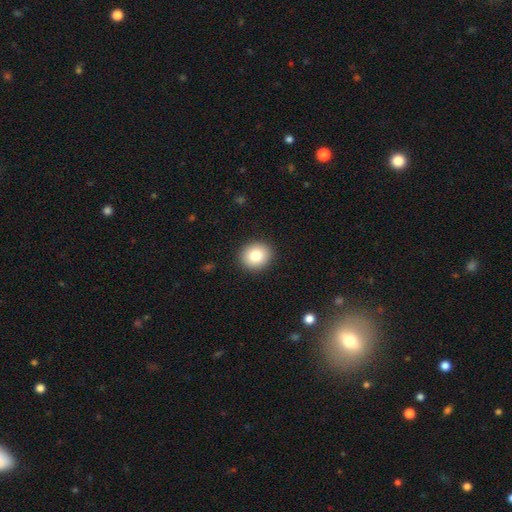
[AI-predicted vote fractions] The model was most divided on "how rounded": round: 78%, in between: 21%, cigar-shaped: 1%. More confident: merging — none (91%); smooth or featured — smooth (82%).